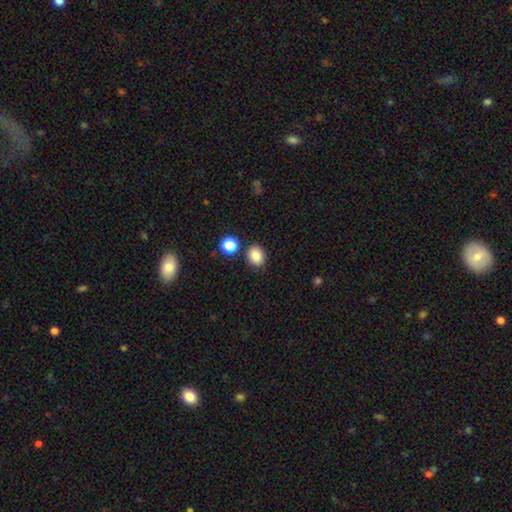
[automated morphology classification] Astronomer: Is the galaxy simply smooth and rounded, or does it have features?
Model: smooth — 84%.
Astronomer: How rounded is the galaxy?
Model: round — 52% (runner-up: in between, 47%).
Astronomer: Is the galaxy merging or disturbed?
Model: none — 83%.